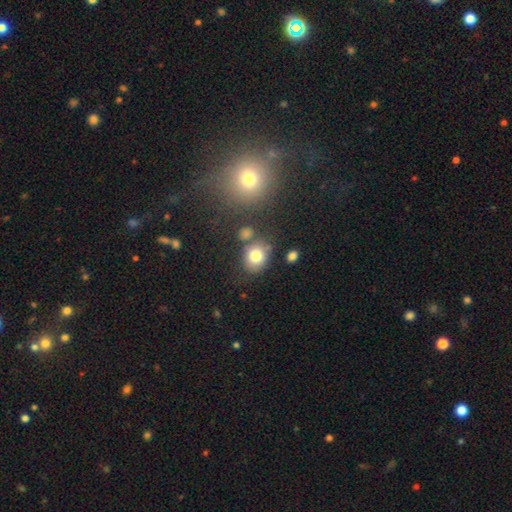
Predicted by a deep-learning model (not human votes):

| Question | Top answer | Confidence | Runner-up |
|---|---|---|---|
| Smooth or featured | smooth | 78% | star or artifact (11%) |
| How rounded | round | 60% | in between (39%) |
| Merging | none | 68% | minor disturbance (14%) |